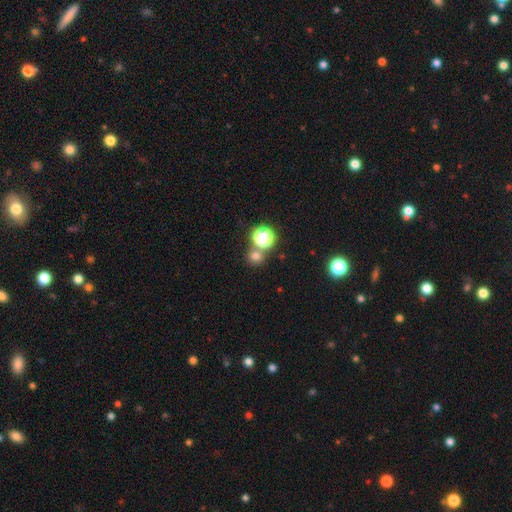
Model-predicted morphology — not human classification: smooth_or_featured: smooth (p=0.69) [alt: star or artifact p=0.24]
how_rounded: round (p=0.86) [alt: in between p=0.13]
merging: none (p=0.68) [alt: merger p=0.22]